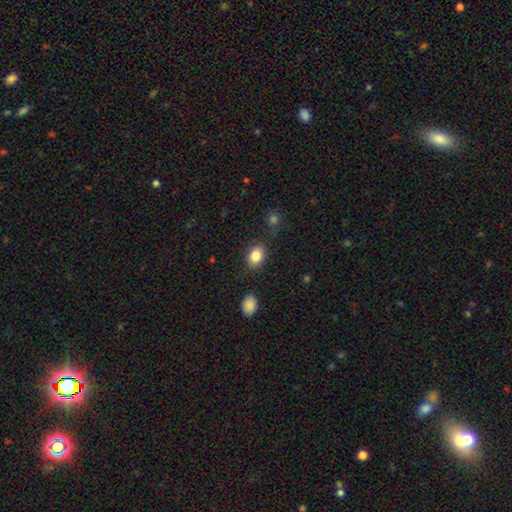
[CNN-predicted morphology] Smooth or featured? Predicted: smooth (p=0.85). How rounded? Predicted: in between (p=0.62). Merging? Predicted: none (p=0.80).